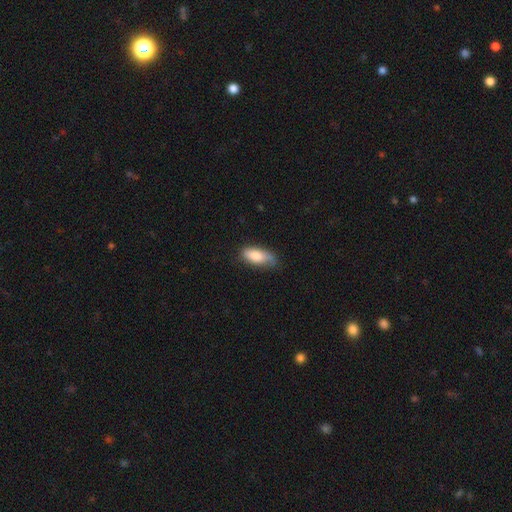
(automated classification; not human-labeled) smooth 80%, featured or disk 14%, star or artifact 6%. Down the decision tree: how rounded — in between (82%); merging — none (57%).